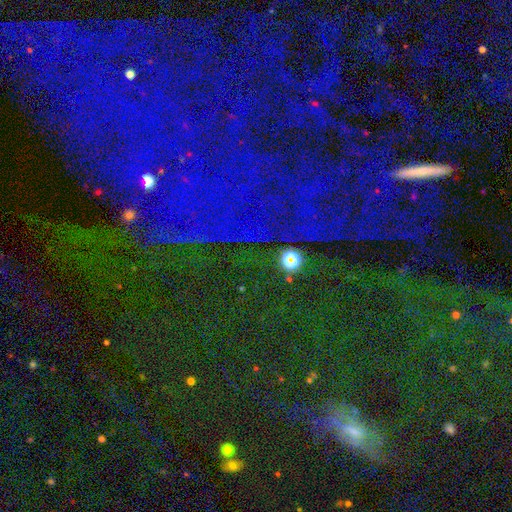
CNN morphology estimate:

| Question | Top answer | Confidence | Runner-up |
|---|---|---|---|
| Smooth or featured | star or artifact | 81% | smooth (11%) |